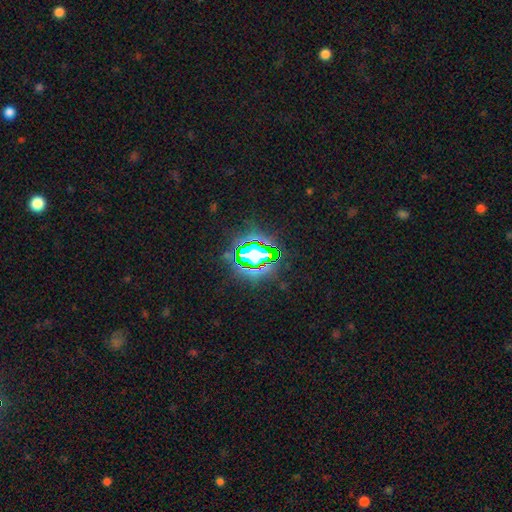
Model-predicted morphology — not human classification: star or artifact 71%, smooth 18%, featured or disk 12%.